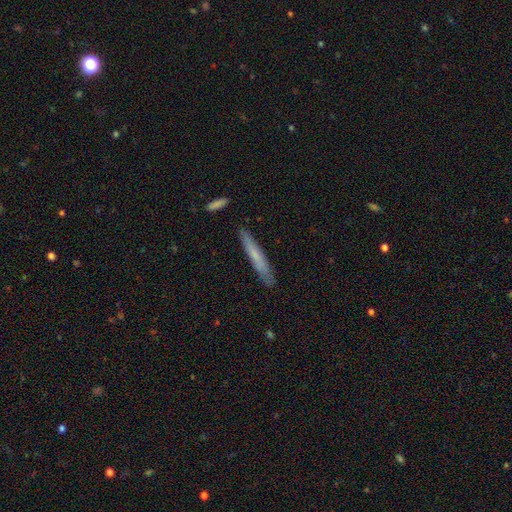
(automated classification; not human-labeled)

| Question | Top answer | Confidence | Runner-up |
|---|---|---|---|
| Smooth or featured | smooth | 60% | featured or disk (34%) |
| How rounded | cigar-shaped | 95% | in between (4%) |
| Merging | none | 86% | minor disturbance (11%) |